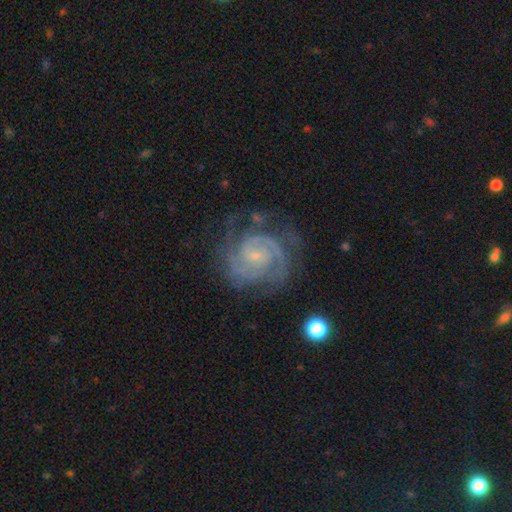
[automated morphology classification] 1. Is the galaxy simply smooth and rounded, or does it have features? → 90% featured or disk, 5% star or artifact, 5% smooth.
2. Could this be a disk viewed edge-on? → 98% no, 2% yes.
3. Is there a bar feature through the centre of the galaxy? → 52% no, 39% weak, 9% strong.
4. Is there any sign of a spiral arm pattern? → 98% yes, 2% no.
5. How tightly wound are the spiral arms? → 65% tight, 31% medium, 4% loose.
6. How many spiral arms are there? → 59% 2, 17% 3, 12% can't tell, 5% 4, 4% 1, 4% more than 4.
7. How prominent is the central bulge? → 76% small, 13% moderate, 9% none, 1% large, 1% dominant.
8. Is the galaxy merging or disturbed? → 70% none, 18% minor disturbance, 10% major disturbance, 2% merger.